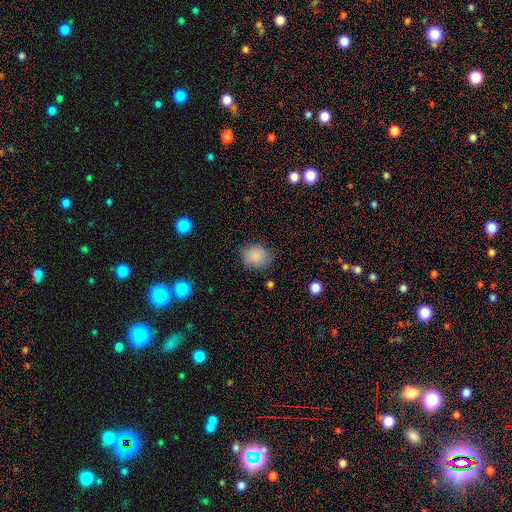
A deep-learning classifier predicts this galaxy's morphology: A smooth galaxy with no disk features (84%) that is round (68%).

Vote fractions:
- Smooth or featured? smooth: 84% / star or artifact: 9% / featured or disk: 7%
- How rounded? round: 68% / in between: 31% / cigar-shaped: 1%
- Merging? none: 77% / minor disturbance: 17% / major disturbance: 4% / merger: 1%